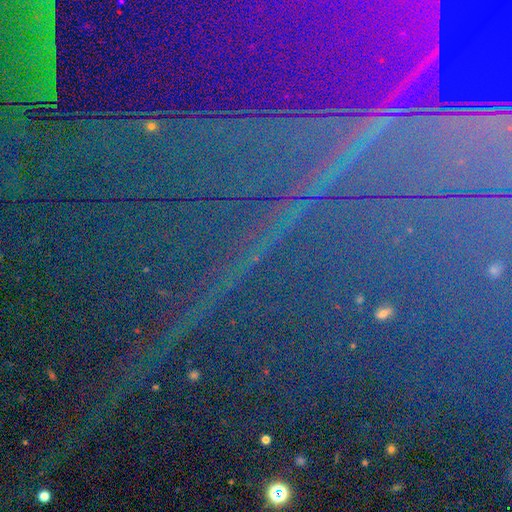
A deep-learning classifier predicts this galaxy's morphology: type=star or artifact (87%).